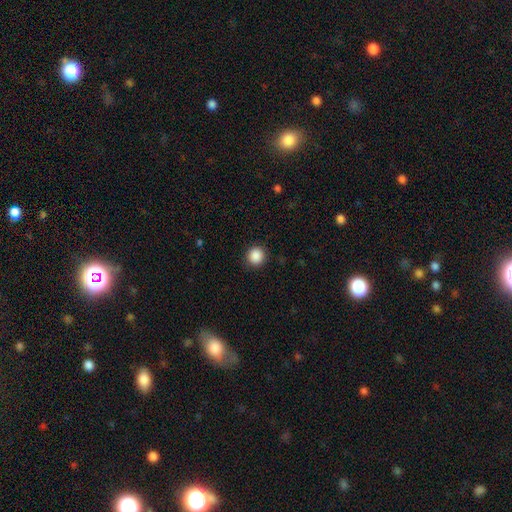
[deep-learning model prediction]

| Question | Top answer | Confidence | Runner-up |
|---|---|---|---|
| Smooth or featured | smooth | 88% | star or artifact (9%) |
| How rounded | round | 94% | in between (5%) |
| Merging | none | 91% | minor disturbance (6%) |